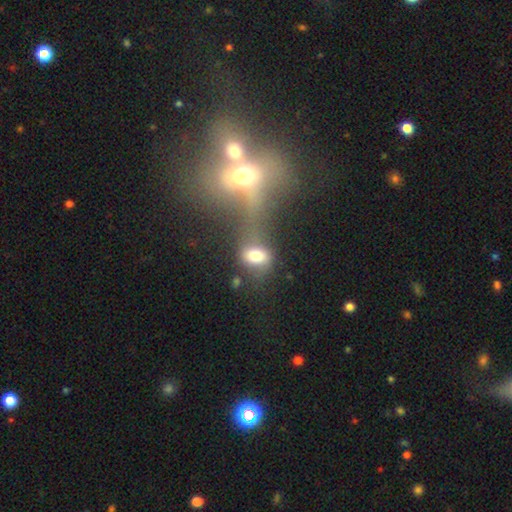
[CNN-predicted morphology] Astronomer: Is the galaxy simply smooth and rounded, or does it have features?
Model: smooth — 71%.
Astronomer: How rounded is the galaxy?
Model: in between — 66%.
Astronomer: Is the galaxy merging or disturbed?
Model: none — 45% (runner-up: merger, 26%).